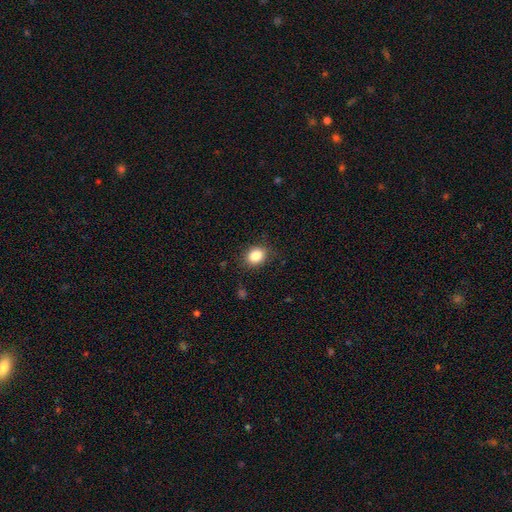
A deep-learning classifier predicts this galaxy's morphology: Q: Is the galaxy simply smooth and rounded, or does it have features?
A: smooth — 85%.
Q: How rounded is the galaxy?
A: in between — 53%.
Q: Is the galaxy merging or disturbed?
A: none — 82%.